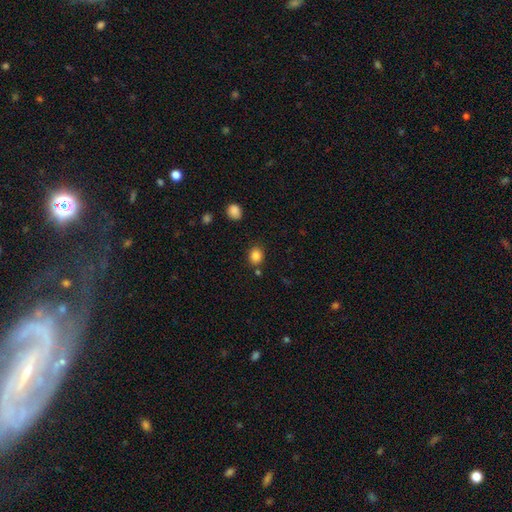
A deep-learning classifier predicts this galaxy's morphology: This is clearly a smooth galaxy (84%). How rounded: likely round (68%). Merging: likely none (80%).